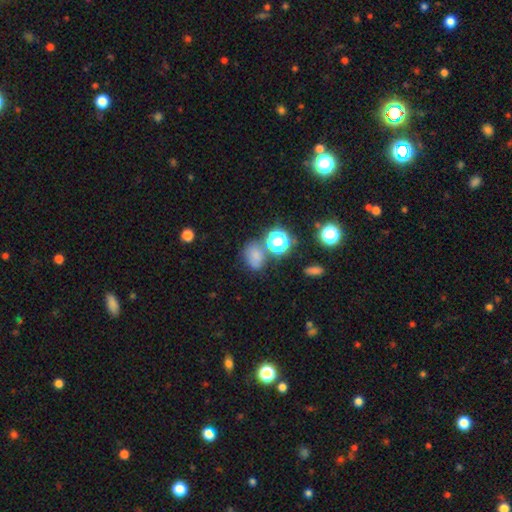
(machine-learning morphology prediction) Smooth or featured? Predicted: smooth (p=0.67). How rounded? Predicted: in between (p=0.58). Merging? Predicted: none (p=0.56).